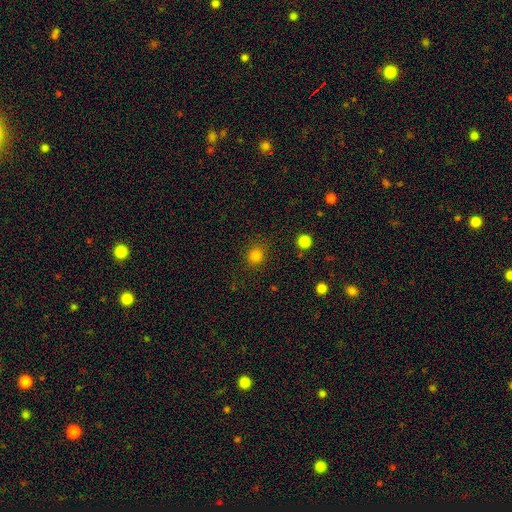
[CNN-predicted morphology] Smooth or featured: smooth — 82% (star or artifact — 14%)
How rounded: round — 86% (in between — 13%)
Merging: none — 86% (minor disturbance — 8%)